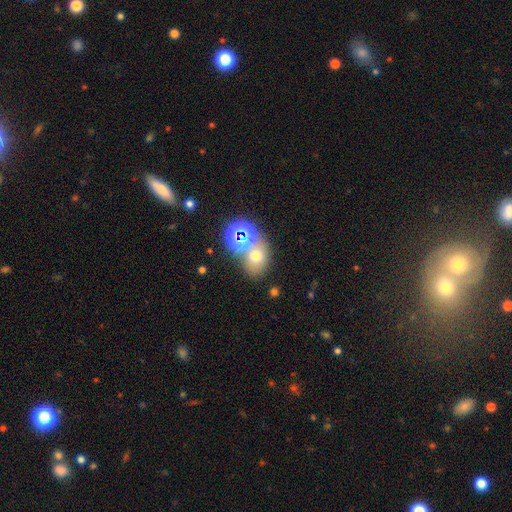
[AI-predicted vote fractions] Morphology: type=smooth (59%); roundness=in between (49%, tied with round); merging=none (52%).